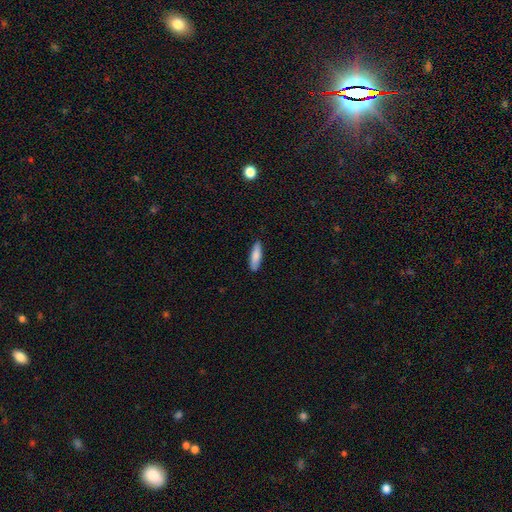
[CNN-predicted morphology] A smooth galaxy with no disk features (85%) that is cigar-shaped (56%).

Vote fractions:
- Smooth or featured? smooth: 85% / featured or disk: 10% / star or artifact: 6%
- How rounded? cigar-shaped: 56% / in between: 42% / round: 2%
- Merging? none: 88% / minor disturbance: 10% / major disturbance: 2% / merger: 1%